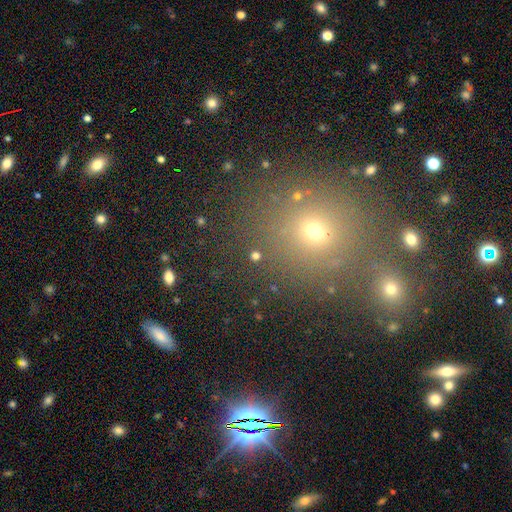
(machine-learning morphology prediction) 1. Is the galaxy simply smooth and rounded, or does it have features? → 63% smooth, 30% star or artifact, 8% featured or disk.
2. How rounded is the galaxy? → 88% round, 10% in between, 2% cigar-shaped.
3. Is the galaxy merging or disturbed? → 84% none, 7% minor disturbance, 5% merger, 4% major disturbance.